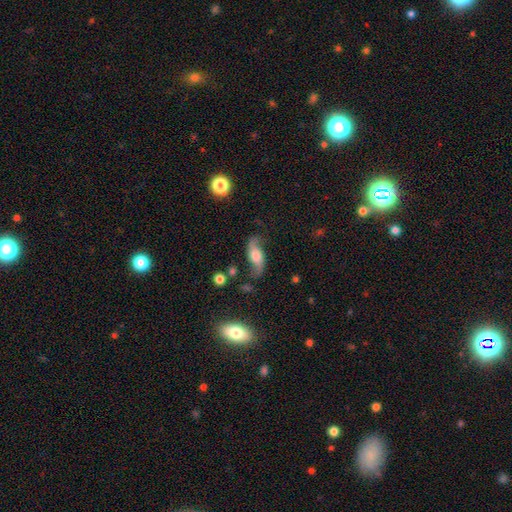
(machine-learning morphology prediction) A featured or disk galaxy (66%) with no bar (62%), spiral arms (91%) and a moderate central bulge (43%).

Vote fractions:
- Smooth or featured? featured or disk: 66% / smooth: 26% / star or artifact: 8%
- Edge-on disk? no: 83% / yes: 17%
- Bar? no: 62% / weak: 29% / strong: 9%
- Spiral arms? yes: 91% / no: 9%
- Bulge size? moderate: 43% / large: 30% / small: 15% / none: 7% / dominant: 5%
- Merging? none: 68% / minor disturbance: 20% / major disturbance: 9% / merger: 3%